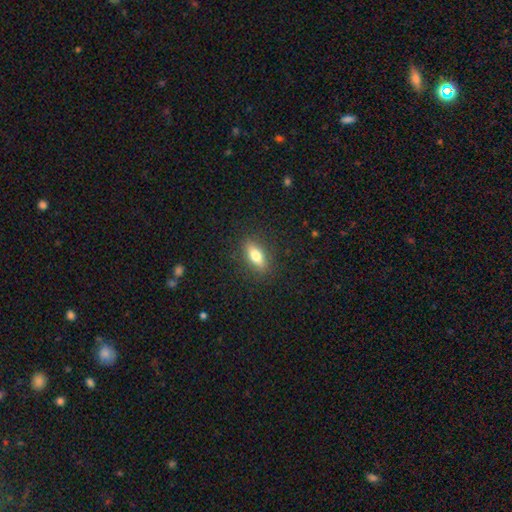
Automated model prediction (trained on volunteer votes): Morphology: type=smooth (73%); roundness=in between (71%); merging=none (87%).